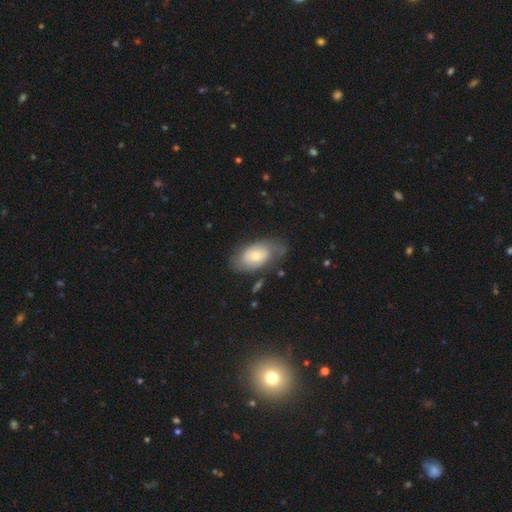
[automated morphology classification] A featured or disk galaxy (60%) with no bar (76%), spiral arms (74%) and a moderate central bulge (62%).

Vote fractions:
- Smooth or featured? featured or disk: 60% / smooth: 34% / star or artifact: 6%
- Edge-on disk? no: 93% / yes: 7%
- Bar? no: 76% / weak: 20% / strong: 4%
- Spiral arms? yes: 74% / no: 26%
- Bulge size? moderate: 62% / small: 31% / large: 5% / none: 1% / dominant: 1%
- Merging? none: 59% / minor disturbance: 26% / major disturbance: 12% / merger: 3%